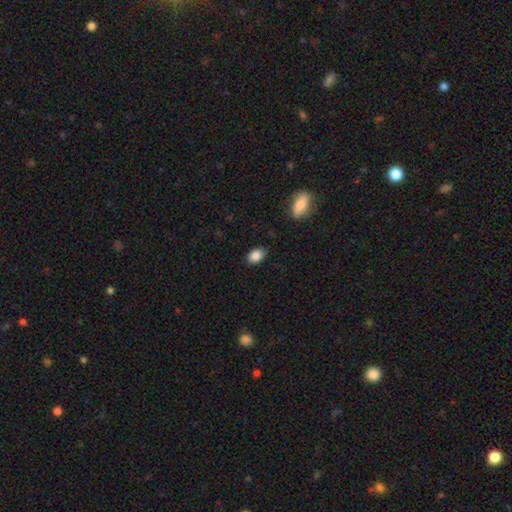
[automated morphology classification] type=smooth (87%); roundness=in between (88%); merging=none (86%).